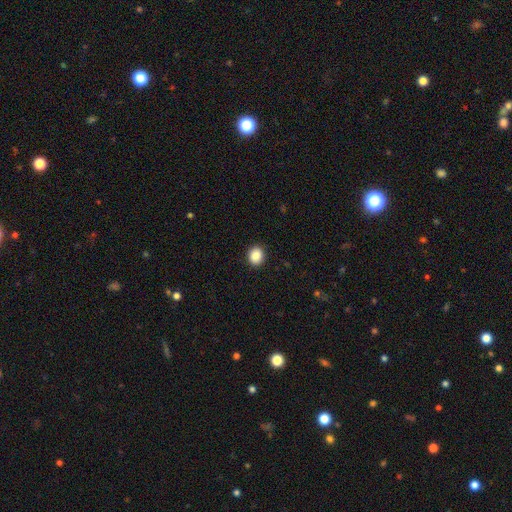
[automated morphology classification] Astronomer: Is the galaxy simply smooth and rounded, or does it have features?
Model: smooth — 88%.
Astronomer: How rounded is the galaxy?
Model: round — 71%.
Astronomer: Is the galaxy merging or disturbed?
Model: none — 91%.